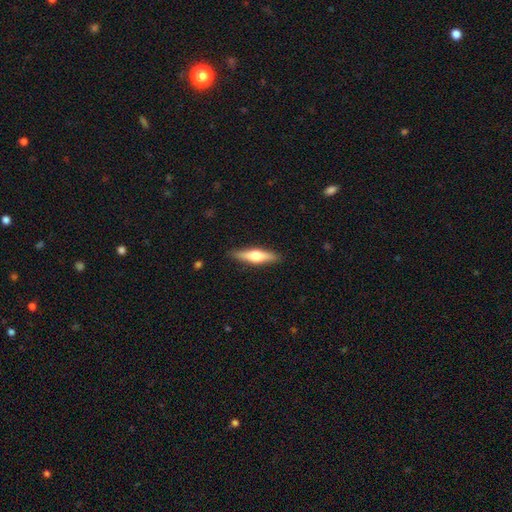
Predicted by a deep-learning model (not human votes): featured or disk 48%, smooth 47%, star or artifact 6%. Down the decision tree: merging — none (88%).